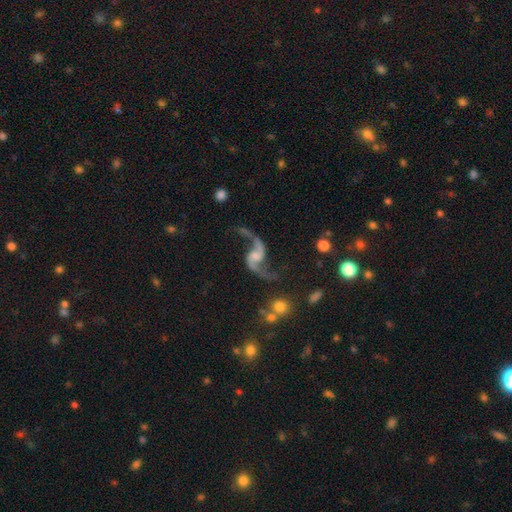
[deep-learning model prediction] smooth-or-featured: featured or disk: 92% | star or artifact: 5% | smooth: 4%
  disk-edge-on: no: 98% | yes: 2%
    bar: no: 50% | weak: 39% | strong: 12%
    has-spiral-arms: yes: 98% | no: 2%
      spiral-winding: loose: 90% | medium: 8% | tight: 2%
      spiral-arm-count: 2: 94% | 1: 2% | can't tell: 1% | 3: 1% | 4: 1% | more than 4: 1%
    bulge-size: none: 37% | small: 31% | moderate: 22% | large: 8% | dominant: 2%
  merging: none: 71% | minor disturbance: 14% | major disturbance: 10% | merger: 5%